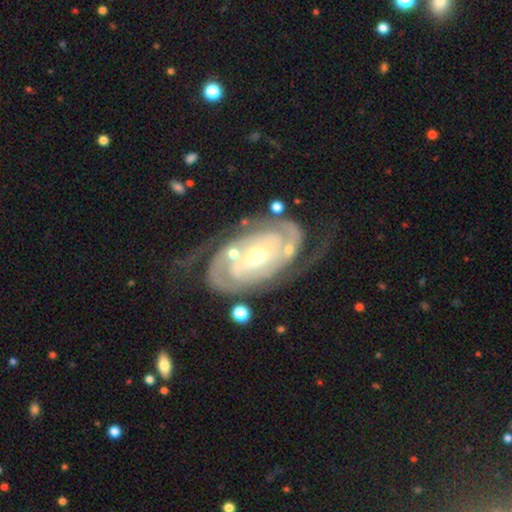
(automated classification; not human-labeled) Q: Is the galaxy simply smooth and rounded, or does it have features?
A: featured or disk — 92%.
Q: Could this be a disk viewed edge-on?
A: no — 96%.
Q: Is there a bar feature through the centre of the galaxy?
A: no — 35%.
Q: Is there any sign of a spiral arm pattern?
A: yes — 98%.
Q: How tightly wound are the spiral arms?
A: tight — 69%.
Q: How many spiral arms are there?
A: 2 — 76%.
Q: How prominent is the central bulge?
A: small — 50%.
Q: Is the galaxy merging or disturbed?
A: none — 64%.